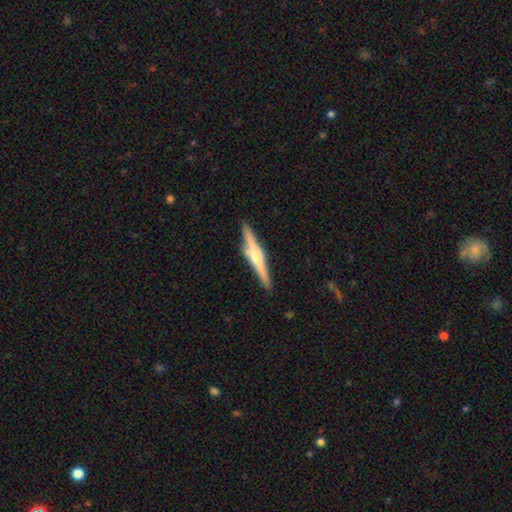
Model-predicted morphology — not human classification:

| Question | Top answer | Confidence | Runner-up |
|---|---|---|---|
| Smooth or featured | featured or disk | 65% | smooth (30%) |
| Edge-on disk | yes | 98% | no (2%) |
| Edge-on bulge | rounded | 78% | boxy (12%) |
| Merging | none | 86% | minor disturbance (9%) |